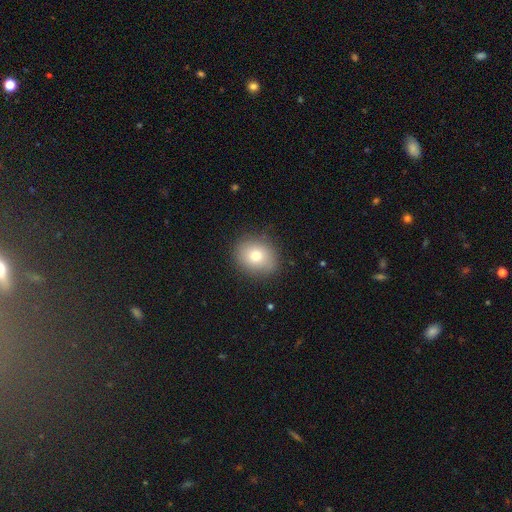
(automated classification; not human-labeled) A smooth galaxy with no disk features (80%) that is round (60%). Merging: none (86%).